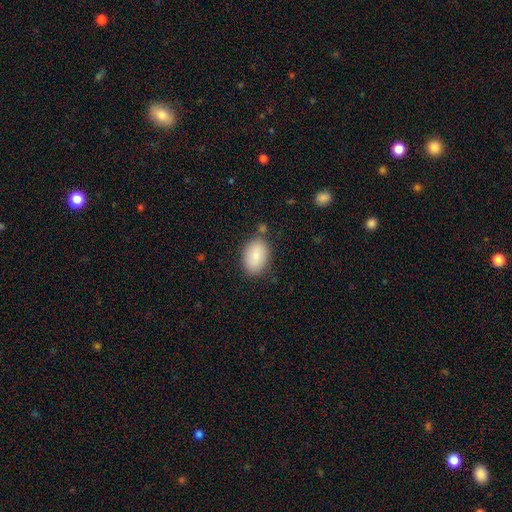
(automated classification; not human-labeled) A smooth galaxy with no disk features (84%) that is in between round and cigar-shaped (80%).

Vote fractions:
- Smooth or featured? smooth: 84% / featured or disk: 9% / star or artifact: 7%
- How rounded? in between: 80% / round: 19% / cigar-shaped: 1%
- Merging? none: 78% / minor disturbance: 14% / merger: 4% / major disturbance: 3%